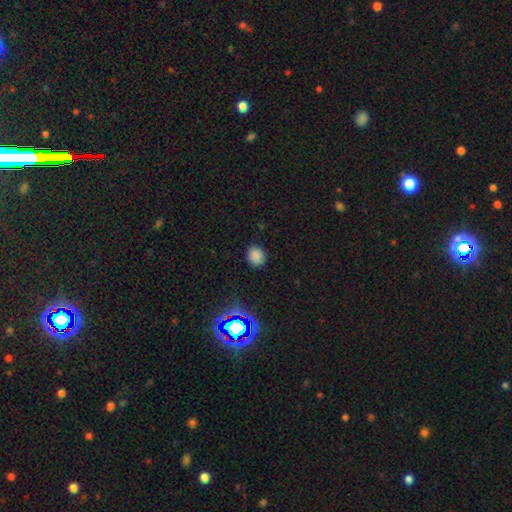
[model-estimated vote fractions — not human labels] Morphology: type=smooth (79%); roundness=round (67%); merging=none (87%).